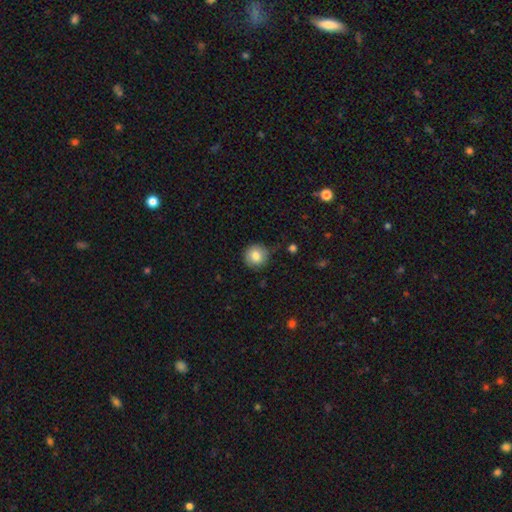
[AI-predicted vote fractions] Overall: smooth (82%). How rounded: round (94%). Merging: none (84%).